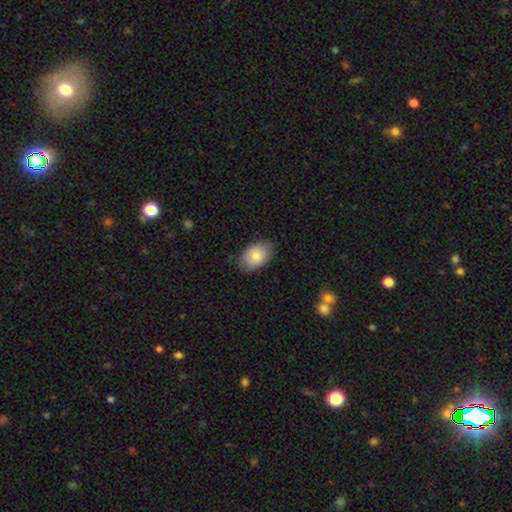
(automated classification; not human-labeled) smooth-or-featured: smooth: 82% | featured or disk: 12% | star or artifact: 6%
  how-rounded: in between: 88% | round: 11% | cigar-shaped: 1%
  merging: none: 81% | minor disturbance: 15% | major disturbance: 3% | merger: 1%